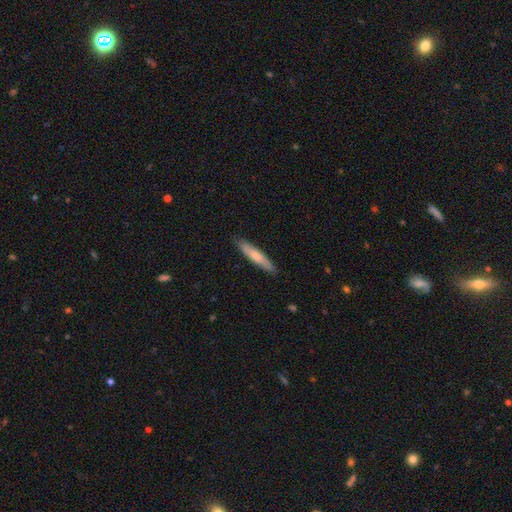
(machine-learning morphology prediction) Smooth or featured? smooth (67%)
How rounded? cigar-shaped (88%)
Merging? none (87%)